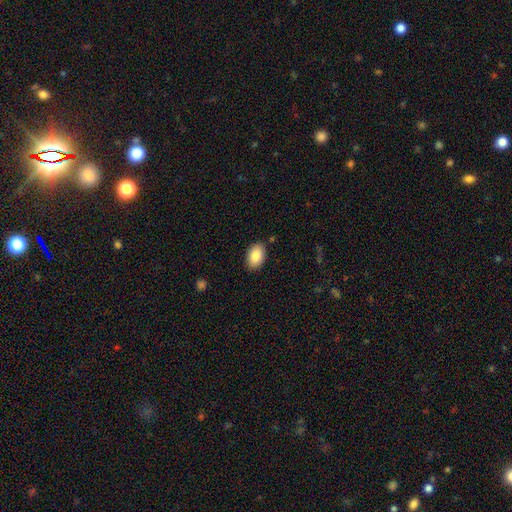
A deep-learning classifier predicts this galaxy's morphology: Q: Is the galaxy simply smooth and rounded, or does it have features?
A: smooth — 87%.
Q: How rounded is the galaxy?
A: in between — 90%.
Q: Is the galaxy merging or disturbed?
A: none — 87%.